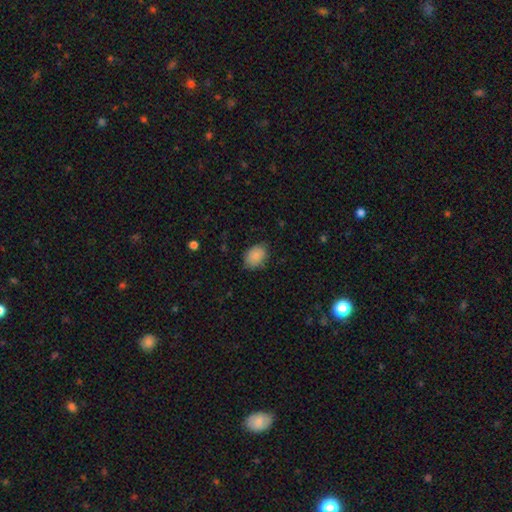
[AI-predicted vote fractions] Smooth or featured? Predicted: smooth (p=0.87). How rounded? Predicted: in between (p=0.75). Merging? Predicted: none (p=0.77).